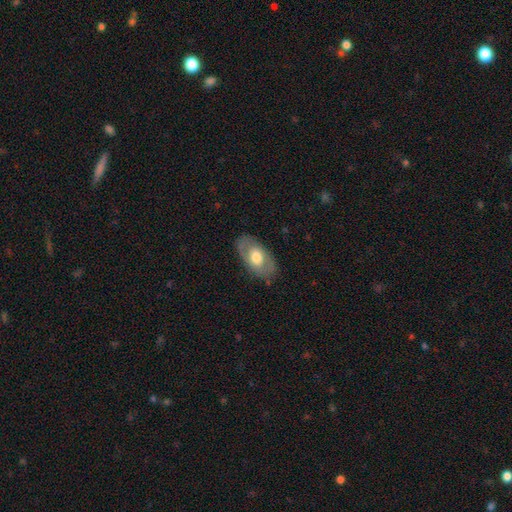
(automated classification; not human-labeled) Smooth or featured: featured or disk — 47% (smooth — 46%)
Merging: none — 81% (minor disturbance — 14%)